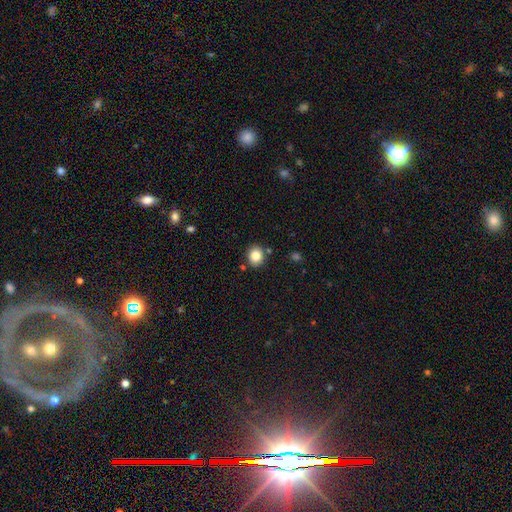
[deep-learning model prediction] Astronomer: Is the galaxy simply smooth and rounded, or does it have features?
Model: smooth — 84%.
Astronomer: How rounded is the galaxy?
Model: round — 75%.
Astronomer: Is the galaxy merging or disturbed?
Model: none — 85%.